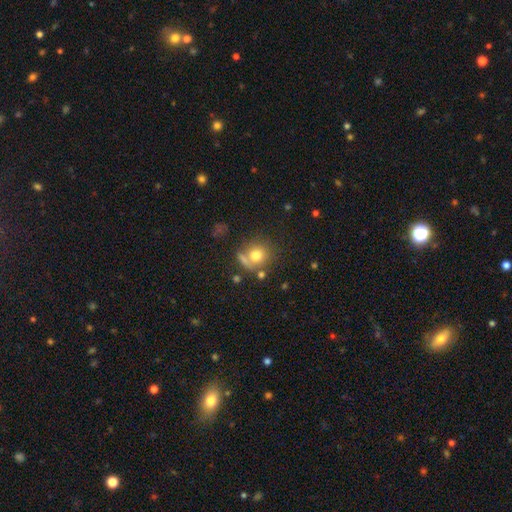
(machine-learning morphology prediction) Overall: smooth (75%). How rounded: round (85%). Merging: none (58%).